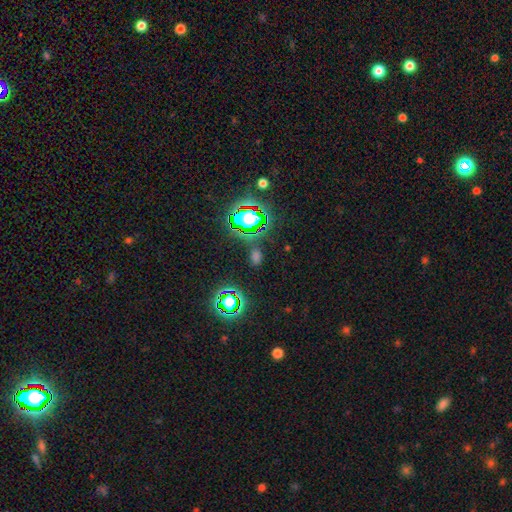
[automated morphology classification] Smooth or featured: star or artifact — 58% (smooth — 34%)